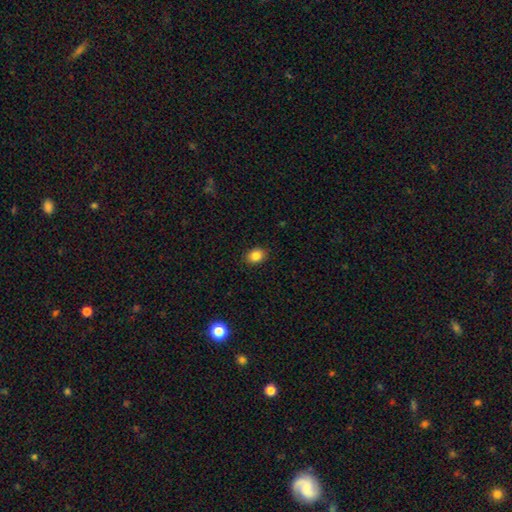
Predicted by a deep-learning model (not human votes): smooth_or_featured: smooth (p=0.85) [alt: star or artifact p=0.09]
how_rounded: in between (p=0.62) [alt: round p=0.37]
merging: none (p=0.90) [alt: minor disturbance p=0.07]